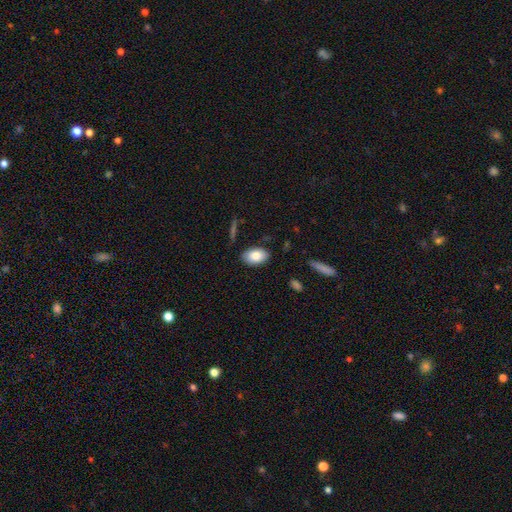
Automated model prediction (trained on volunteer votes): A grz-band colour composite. It shows a smooth galaxy with no disk features (83%) that is in between round and cigar-shaped (90%). Merging: none (83%).